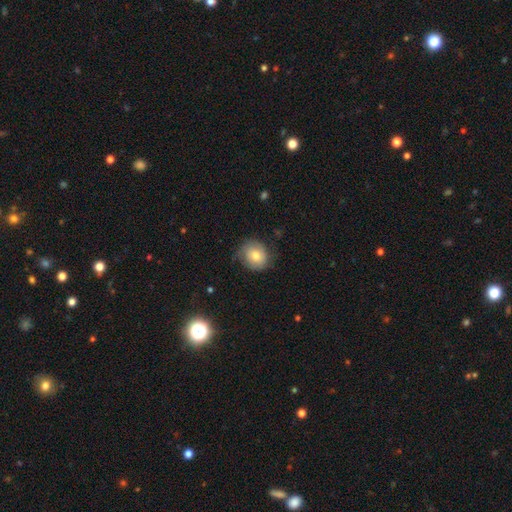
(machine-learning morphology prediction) The model was most divided on "merging": none: 64%, minor disturbance: 26%, major disturbance: 9%, merger: 1%. More confident: how rounded — round (76%); smooth or featured — smooth (66%).